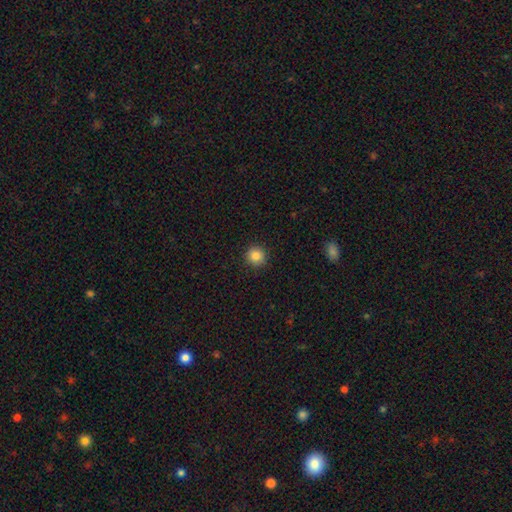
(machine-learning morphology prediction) Smooth or featured: smooth — 85% (star or artifact — 11%)
How rounded: round — 94% (in between — 5%)
Merging: none — 92% (minor disturbance — 5%)